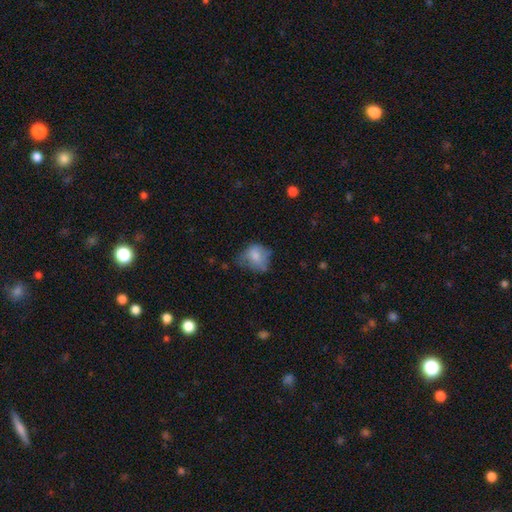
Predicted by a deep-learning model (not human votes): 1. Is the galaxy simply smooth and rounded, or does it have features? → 70% smooth, 20% featured or disk, 10% star or artifact.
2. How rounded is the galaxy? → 53% round, 46% in between, 1% cigar-shaped.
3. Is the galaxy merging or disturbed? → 39% none, 35% minor disturbance, 24% major disturbance, 3% merger.